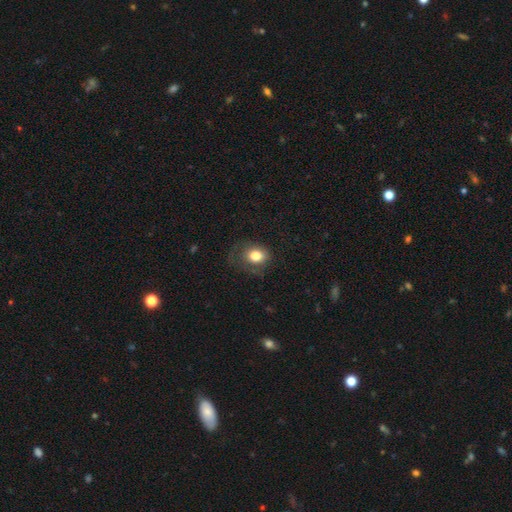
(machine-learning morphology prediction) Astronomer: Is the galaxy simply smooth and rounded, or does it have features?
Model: smooth — 77%.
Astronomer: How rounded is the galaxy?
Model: round — 51% (runner-up: in between, 48%).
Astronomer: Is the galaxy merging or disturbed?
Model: none — 57%.